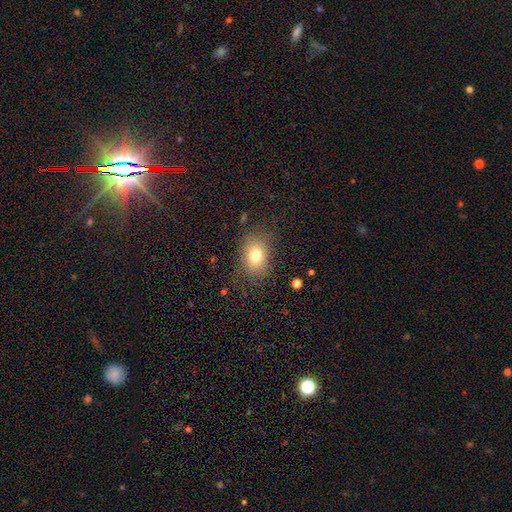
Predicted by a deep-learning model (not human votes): A smooth galaxy with no disk features (76%) that is in between round and cigar-shaped (63%).

Vote fractions:
- Smooth or featured? smooth: 76% / featured or disk: 12% / star or artifact: 12%
- How rounded? in between: 63% / round: 36% / cigar-shaped: 1%
- Merging? none: 76% / minor disturbance: 15% / major disturbance: 7% / merger: 1%